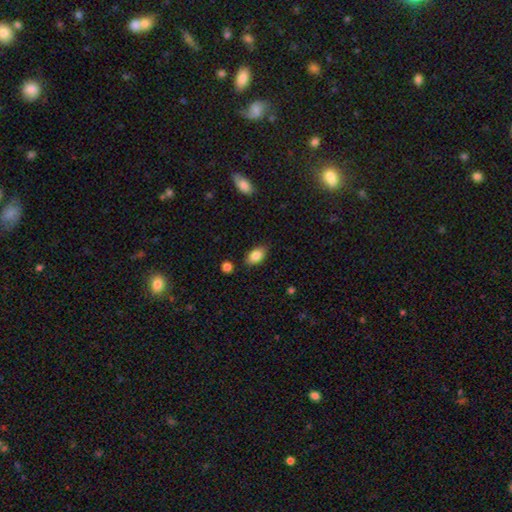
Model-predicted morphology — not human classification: Overall: smooth (85%). How rounded: in between (90%). Merging: none (83%).